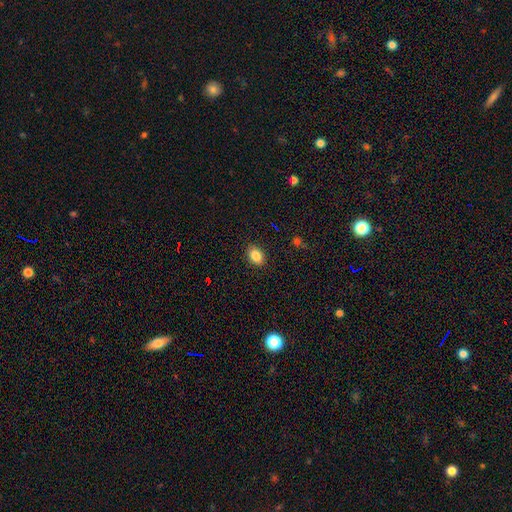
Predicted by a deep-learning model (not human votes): Smooth or featured?
  - smooth: 85% *
  - star or artifact: 9%
  - featured or disk: 6%
How rounded?
  - in between: 78% *
  - round: 20%
  - cigar-shaped: 1%
Merging?
  - none: 88% *
  - minor disturbance: 8%
  - major disturbance: 2%
  - merger: 1%